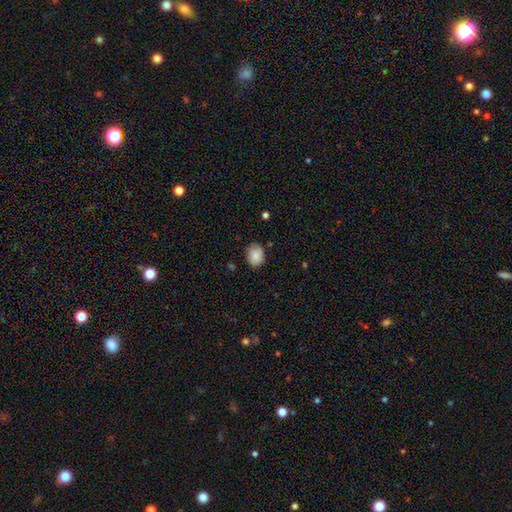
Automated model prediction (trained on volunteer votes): Morphology: type=smooth (86%); roundness=in between (58%); merging=none (78%).